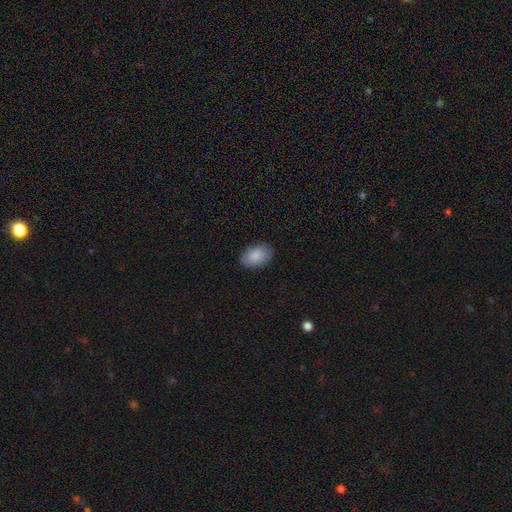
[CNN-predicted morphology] A smooth galaxy with no disk features (89%) that is in between round and cigar-shaped (90%).

Vote fractions:
- Smooth or featured? smooth: 89% / star or artifact: 6% / featured or disk: 5%
- How rounded? in between: 90% / round: 9% / cigar-shaped: 1%
- Merging? none: 84% / minor disturbance: 12% / major disturbance: 3% / merger: 1%